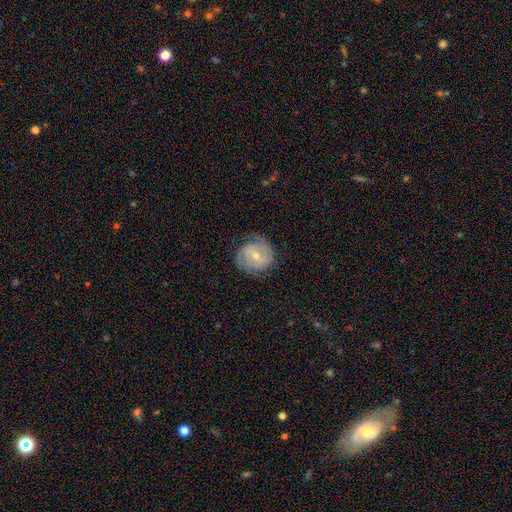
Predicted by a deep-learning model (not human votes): The model was most divided on "bulge size": small: 52%, moderate: 45%, large: 1%, none: 1%, dominant: 1%. Remaining: edge-on disk — no (97%); spiral arms — yes (82%); merging — none (71%); smooth or featured — featured or disk (64%); spiral arm count — 2 (57%); bar — weak (51%); spiral winding — tight (49%).